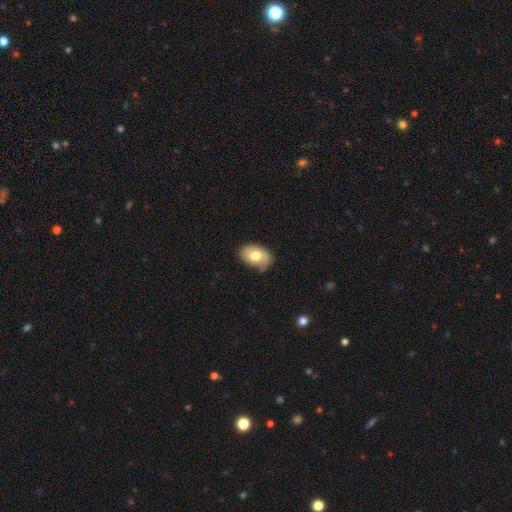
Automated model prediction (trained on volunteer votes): Q: Smooth or featured?
A: smooth (72%); runner-up: featured or disk (21%)
Q: How rounded?
A: in between (85%); runner-up: round (14%)
Q: Merging?
A: none (62%); runner-up: minor disturbance (29%)